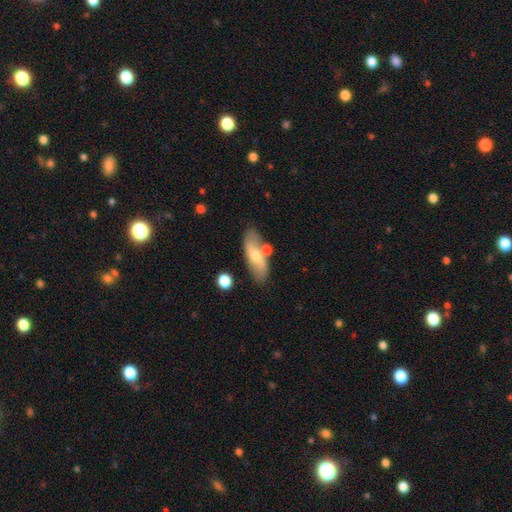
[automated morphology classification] Q: Smooth or featured?
A: featured or disk (47%); tied with: smooth (47%)
Q: Merging?
A: none (70%); runner-up: minor disturbance (15%)